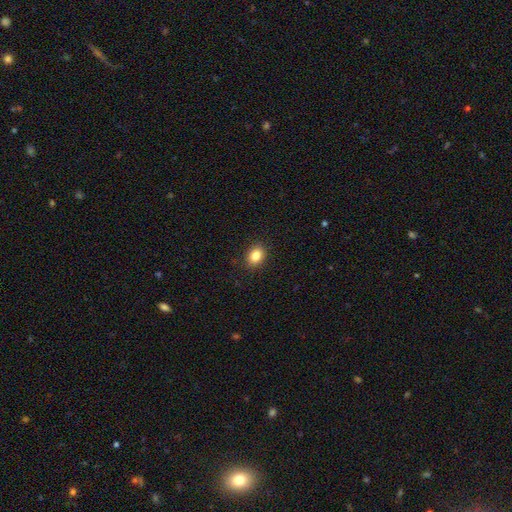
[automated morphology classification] This appears to be a smooth galaxy with no disk features (85%) that is in between round and cigar-shaped (63%). Merging: none (88%).